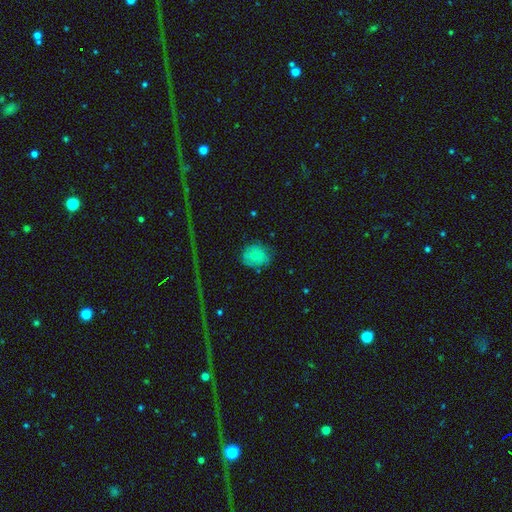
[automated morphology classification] Overall: smooth (74%). How rounded: round (67%; in between 32%). Merging: none (69%).